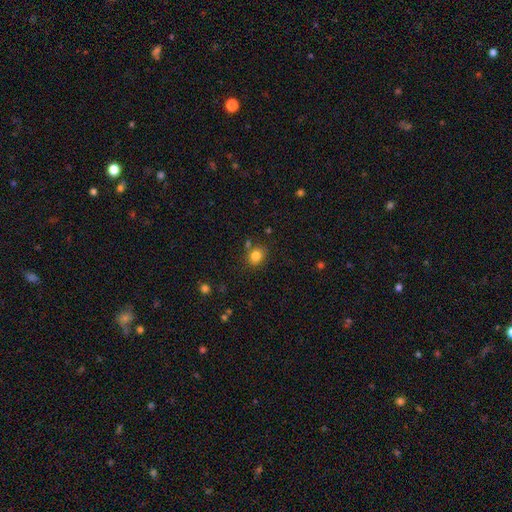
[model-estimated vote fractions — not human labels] Smooth or featured? Predicted: smooth (p=0.82). How rounded? Predicted: round (p=0.62). Merging? Predicted: none (p=0.77).